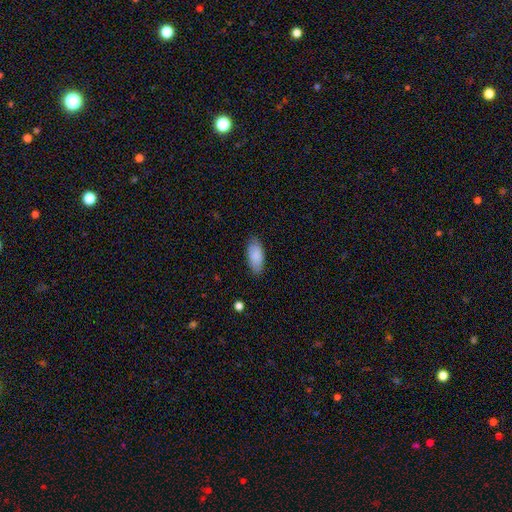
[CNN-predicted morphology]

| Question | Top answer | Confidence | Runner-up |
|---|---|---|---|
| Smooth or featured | smooth | 86% | featured or disk (8%) |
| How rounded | in between | 90% | cigar-shaped (9%) |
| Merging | none | 82% | minor disturbance (14%) |